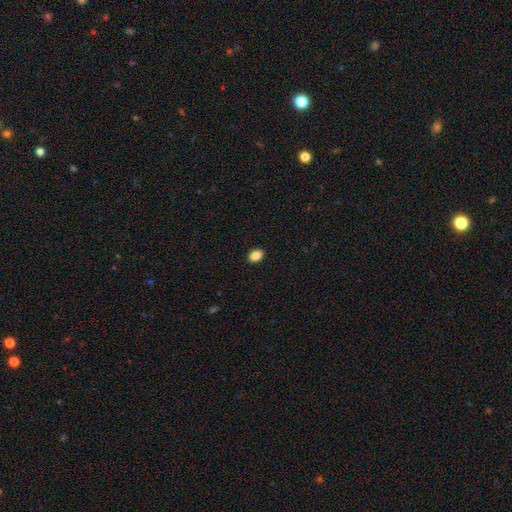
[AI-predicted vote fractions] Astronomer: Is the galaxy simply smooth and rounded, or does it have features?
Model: smooth — 88%.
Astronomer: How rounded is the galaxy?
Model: in between — 76%.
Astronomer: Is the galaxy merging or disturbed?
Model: none — 91%.